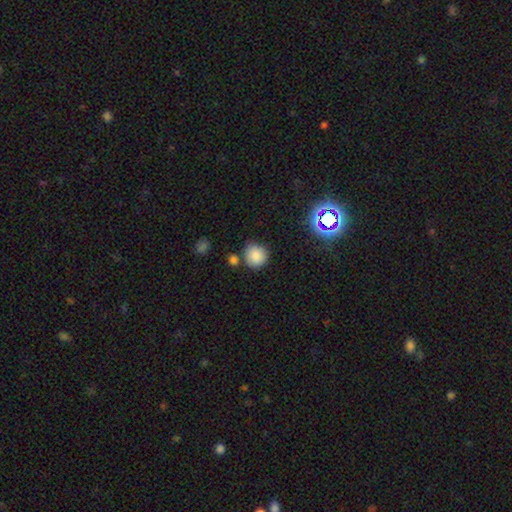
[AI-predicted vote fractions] smooth-or-featured: smooth: 83% | star or artifact: 11% | featured or disk: 6%
  how-rounded: round: 89% | in between: 10% | cigar-shaped: 1%
  merging: none: 73% | minor disturbance: 15% | merger: 9% | major disturbance: 4%